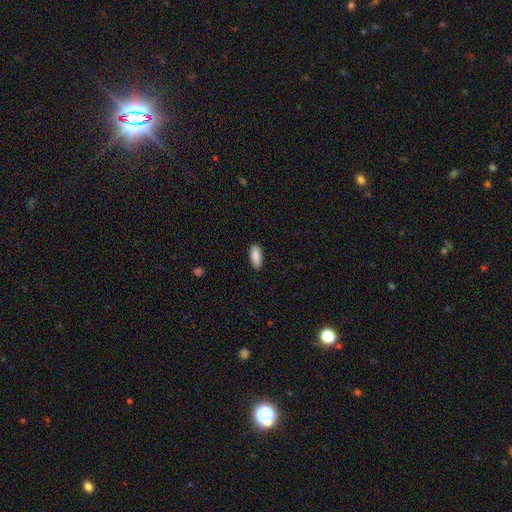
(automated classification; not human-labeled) A smooth galaxy with no disk features (89%) that is in between round and cigar-shaped (82%). Merging: none (89%).